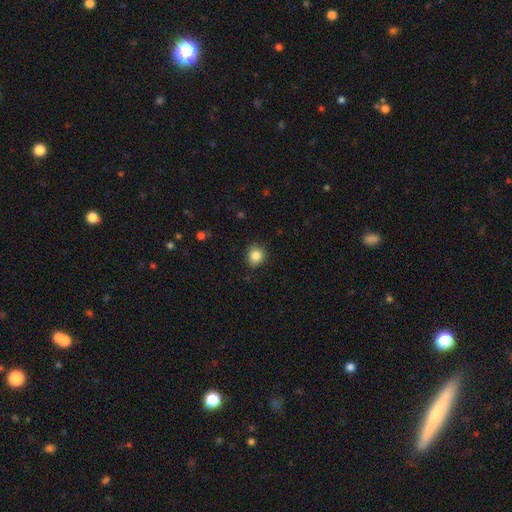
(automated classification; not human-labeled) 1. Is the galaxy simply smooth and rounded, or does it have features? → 86% smooth, 10% star or artifact, 4% featured or disk.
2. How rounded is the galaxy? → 86% round, 13% in between, 1% cigar-shaped.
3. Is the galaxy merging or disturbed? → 88% none, 9% minor disturbance, 2% major disturbance, 1% merger.